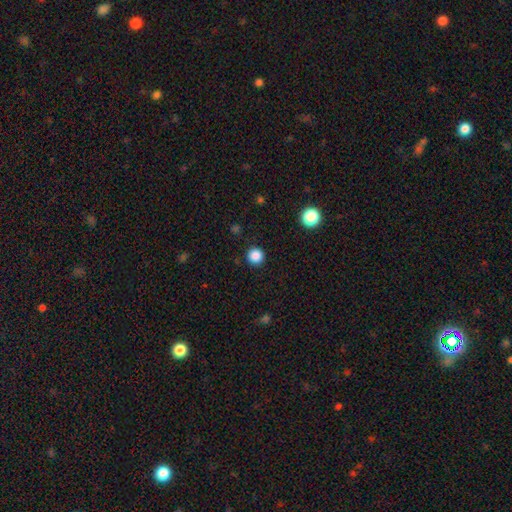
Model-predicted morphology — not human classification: smooth 86%, star or artifact 11%, featured or disk 3%. Down the decision tree: how rounded — round (95%); merging — none (92%).